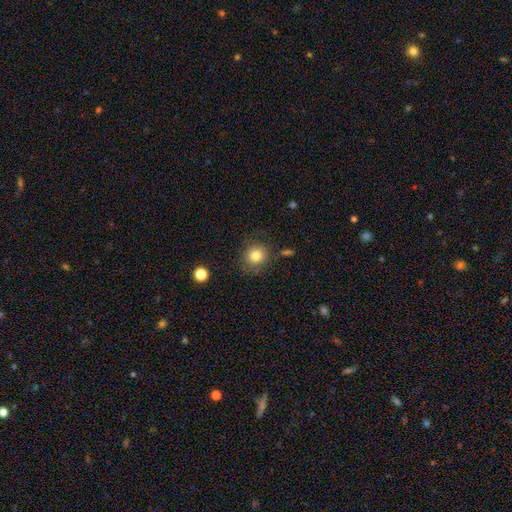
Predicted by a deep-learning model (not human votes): Q: Smooth or featured?
A: smooth (81%); runner-up: star or artifact (10%)
Q: How rounded?
A: round (84%); runner-up: in between (15%)
Q: Merging?
A: none (79%); runner-up: minor disturbance (13%)